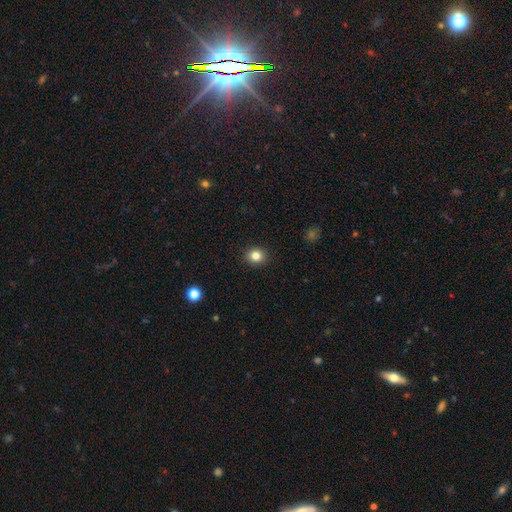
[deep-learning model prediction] Smooth or featured?
  - smooth: 83% *
  - star or artifact: 12%
  - featured or disk: 6%
How rounded?
  - round: 83% *
  - in between: 16%
  - cigar-shaped: 1%
Merging?
  - none: 92% *
  - minor disturbance: 6%
  - major disturbance: 2%
  - merger: 1%